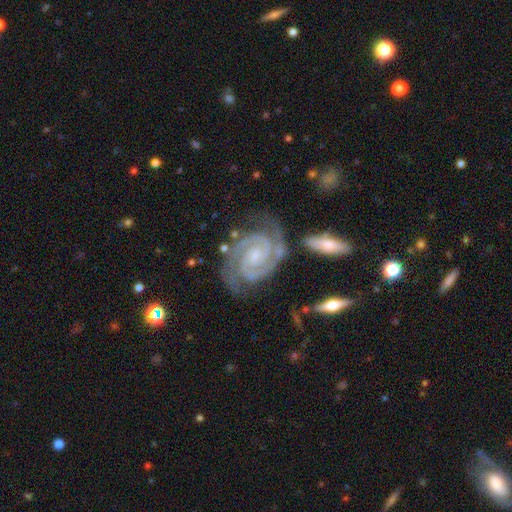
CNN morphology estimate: This appears to be a featured or disk galaxy (93%) with no bar (54%), 2 (88%) tight (75%) spiral arms (99%) and a small central bulge (73%). Merging: none (72%).